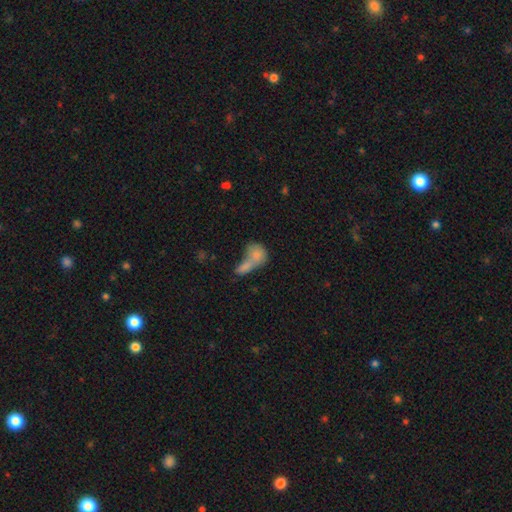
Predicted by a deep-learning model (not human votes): Smooth or featured: smooth — 78% (featured or disk — 13%)
How rounded: in between — 57% (round — 37%)
Merging: merger — 65% (none — 21%)